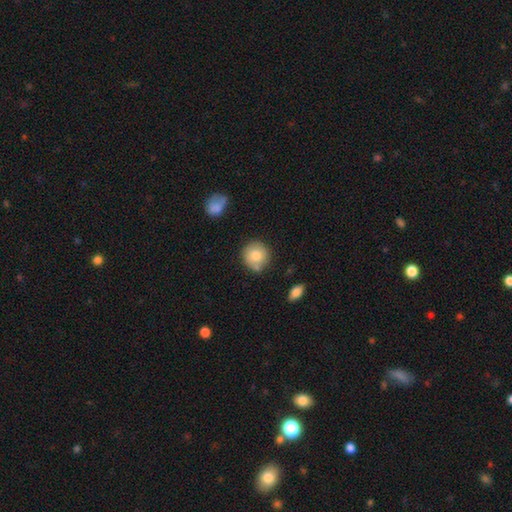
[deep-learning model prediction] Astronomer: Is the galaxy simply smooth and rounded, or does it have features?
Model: smooth — 78%.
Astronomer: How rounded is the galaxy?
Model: round — 90%.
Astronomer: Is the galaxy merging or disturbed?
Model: none — 71%.